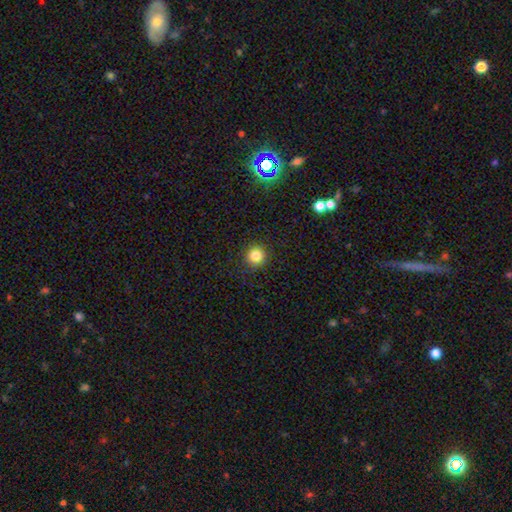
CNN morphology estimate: Q: Smooth or featured?
A: smooth (84%); runner-up: star or artifact (12%)
Q: How rounded?
A: round (94%); runner-up: in between (5%)
Q: Merging?
A: none (91%); runner-up: minor disturbance (6%)